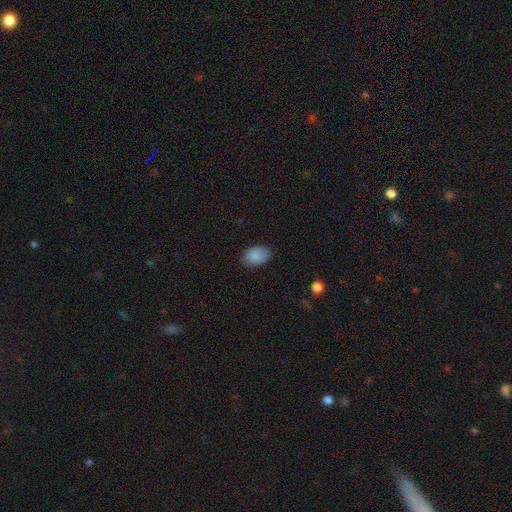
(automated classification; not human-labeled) A smooth galaxy with no disk features (88%) that is in between round and cigar-shaped (80%). Merging: none (81%).